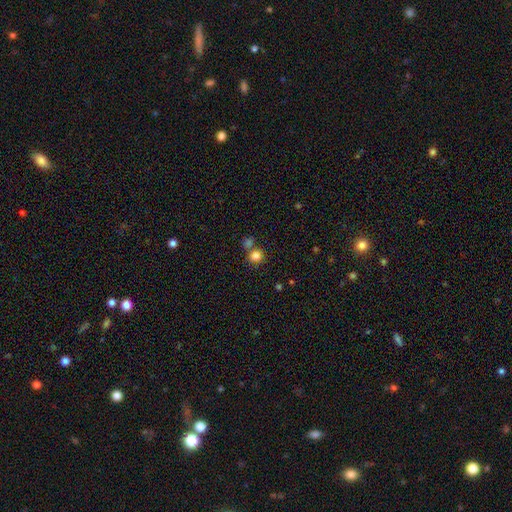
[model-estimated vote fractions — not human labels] Overall: smooth (82%). How rounded: round (88%). Merging: none (67%).